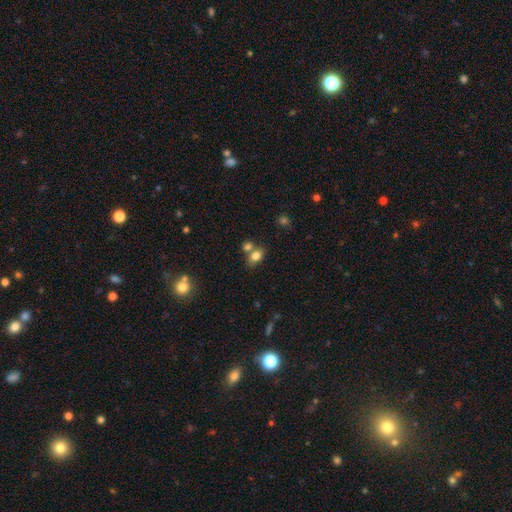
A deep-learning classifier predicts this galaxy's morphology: Smooth or featured?
  - smooth: 79% *
  - star or artifact: 11%
  - featured or disk: 10%
How rounded?
  - in between: 76% *
  - round: 22%
  - cigar-shaped: 2%
Merging?
  - none: 49% *
  - merger: 36%
  - minor disturbance: 11%
  - major disturbance: 4%